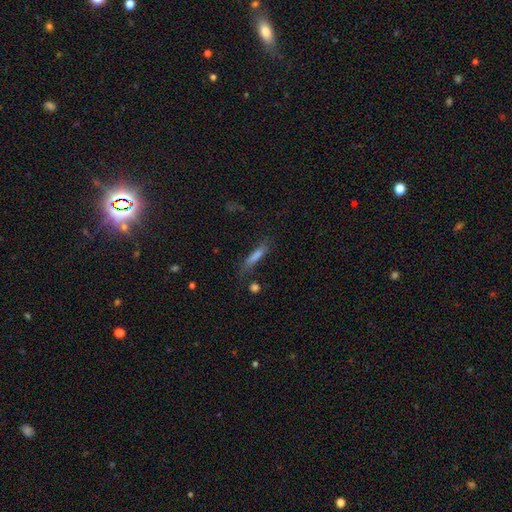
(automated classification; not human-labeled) Smooth or featured: smooth — 57% (featured or disk — 28%)
How rounded: cigar-shaped — 86% (in between — 12%)
Merging: none — 64% (minor disturbance — 21%)